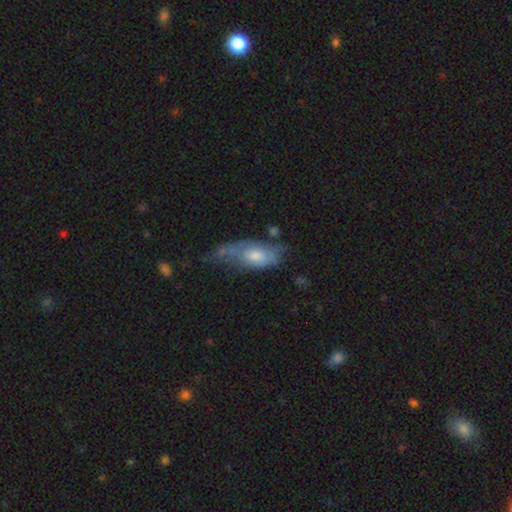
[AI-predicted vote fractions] A smooth galaxy with no disk features (51%) that is in between round and cigar-shaped (81%). Merging: minor disturbance (32%).